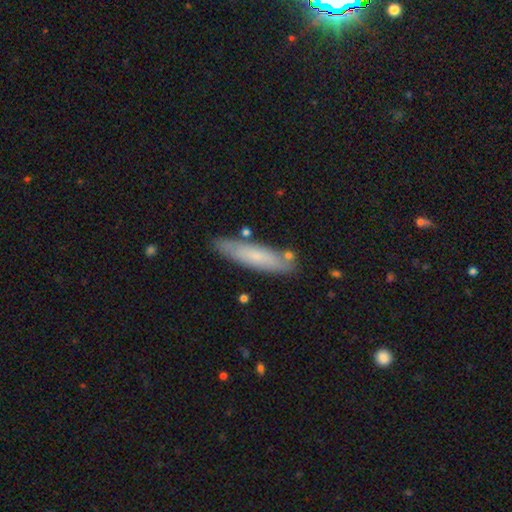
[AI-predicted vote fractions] Morphology: type=smooth (67%); roundness=cigar-shaped (81%); merging=none (82%).